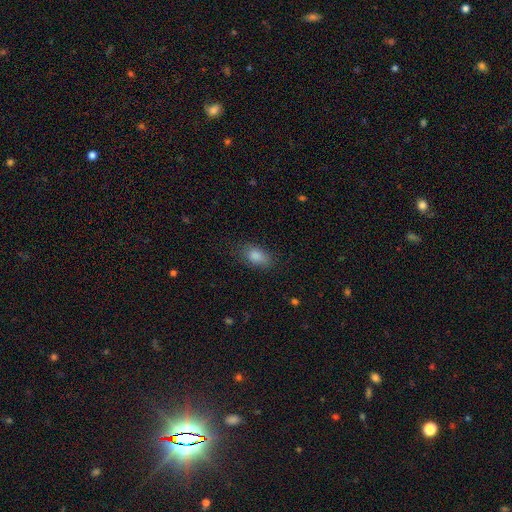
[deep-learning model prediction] smooth_or_featured: smooth (p=0.84) [alt: star or artifact p=0.10]
how_rounded: in between (p=0.87) [alt: round p=0.09]
merging: none (p=0.77) [alt: minor disturbance p=0.16]